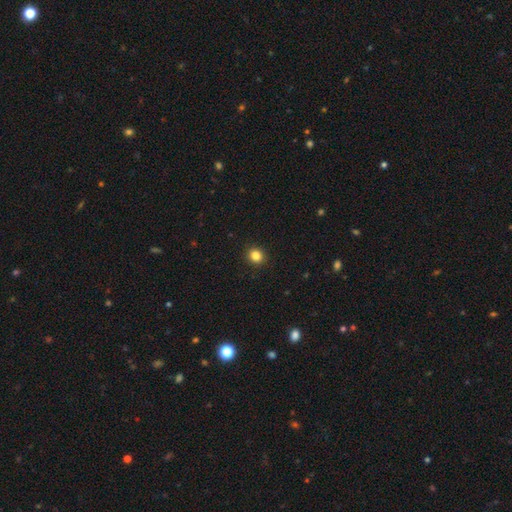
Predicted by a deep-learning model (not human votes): Q: Smooth or featured?
A: smooth (84%); runner-up: star or artifact (12%)
Q: How rounded?
A: round (90%); runner-up: in between (9%)
Q: Merging?
A: none (93%); runner-up: minor disturbance (5%)